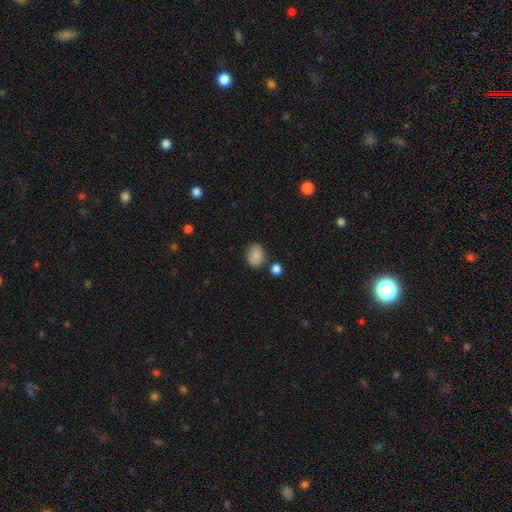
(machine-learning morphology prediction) This is clearly a smooth galaxy (85%). How rounded: likely in between (66%). Merging: likely none (78%).